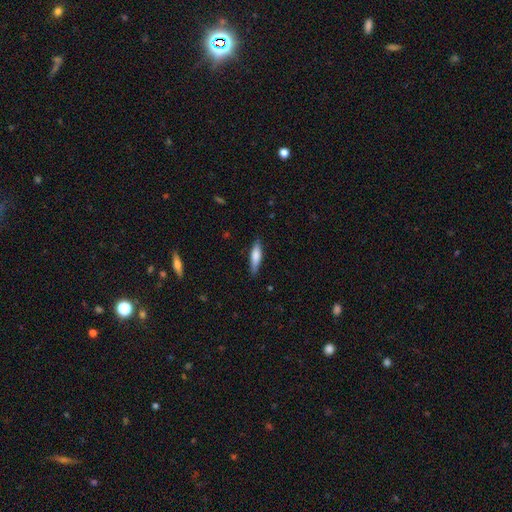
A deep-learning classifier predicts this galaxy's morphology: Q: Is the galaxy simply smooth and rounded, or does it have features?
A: smooth — 74%.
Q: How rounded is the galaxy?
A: cigar-shaped — 66%.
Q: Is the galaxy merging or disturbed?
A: none — 84%.